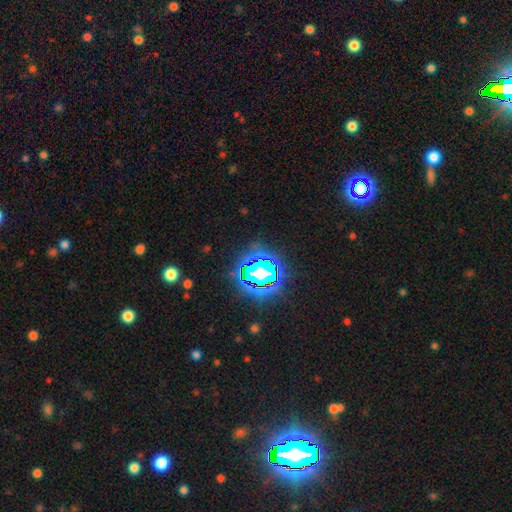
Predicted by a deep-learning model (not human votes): The model was most divided on "smooth or featured": star or artifact: 81%, smooth: 11%, featured or disk: 8%.